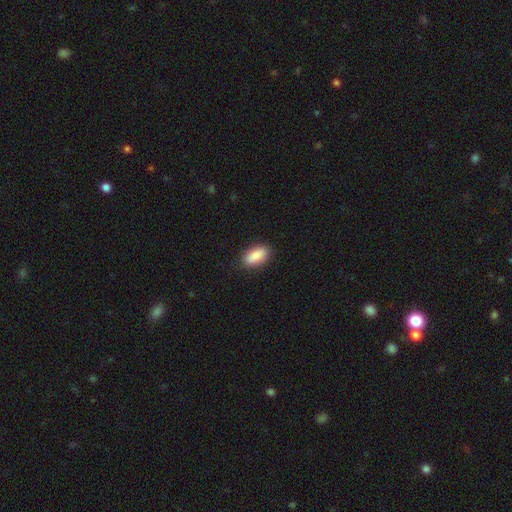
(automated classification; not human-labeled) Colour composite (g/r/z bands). It shows a smooth galaxy with no disk features (87%) that is in between round and cigar-shaped (87%). Merging: none (88%).